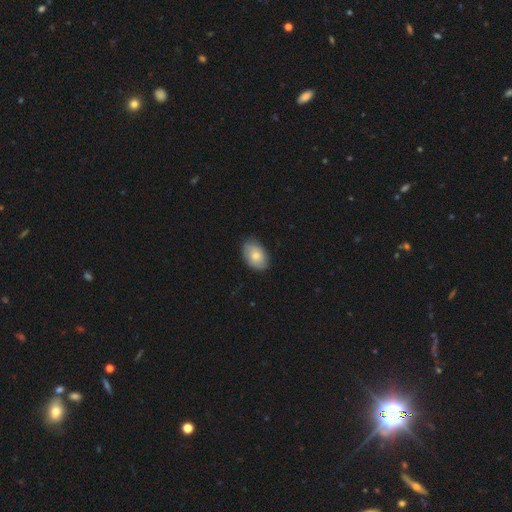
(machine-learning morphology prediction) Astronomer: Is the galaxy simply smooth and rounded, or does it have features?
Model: smooth — 72%.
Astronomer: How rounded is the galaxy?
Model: in between — 87%.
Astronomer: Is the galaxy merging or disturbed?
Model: none — 79%.